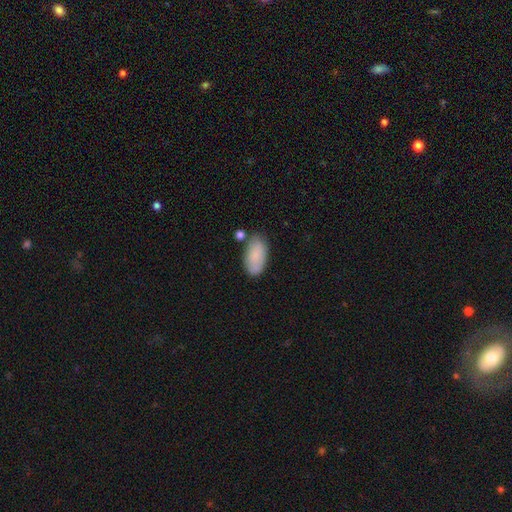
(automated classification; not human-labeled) smooth-or-featured: smooth: 84% | featured or disk: 9% | star or artifact: 6%
  how-rounded: in between: 93% | cigar-shaped: 4% | round: 2%
  merging: none: 66% | minor disturbance: 19% | merger: 9% | major disturbance: 5%